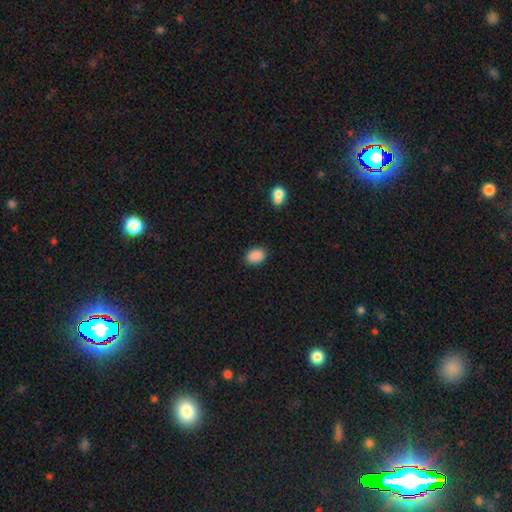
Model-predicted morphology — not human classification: smooth-or-featured: smooth: 88% | star or artifact: 9% | featured or disk: 3%
  how-rounded: in between: 77% | round: 22% | cigar-shaped: 1%
  merging: none: 84% | minor disturbance: 12% | major disturbance: 3% | merger: 2%